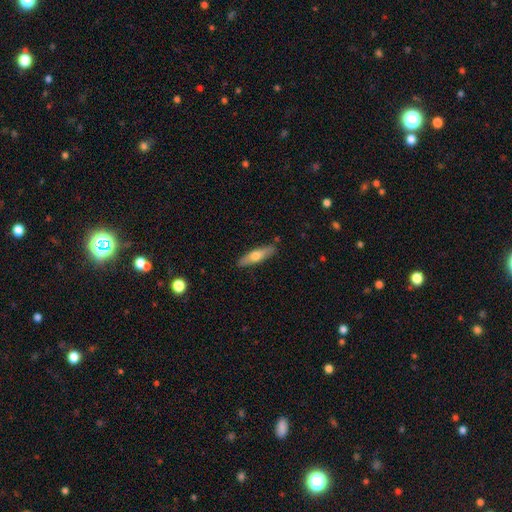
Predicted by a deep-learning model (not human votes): A smooth galaxy with no disk features (56%) that is cigar-shaped (70%).

Vote fractions:
- Smooth or featured? smooth: 56% / featured or disk: 39% / star or artifact: 6%
- How rounded? cigar-shaped: 70% / in between: 28% / round: 2%
- Merging? none: 87% / minor disturbance: 9% / major disturbance: 2% / merger: 2%